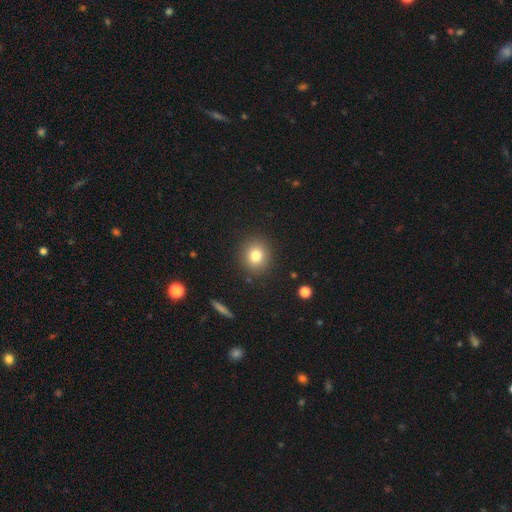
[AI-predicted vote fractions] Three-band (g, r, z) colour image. It shows a smooth galaxy with no disk features (80%) that is round (82%). Merging: none (89%).